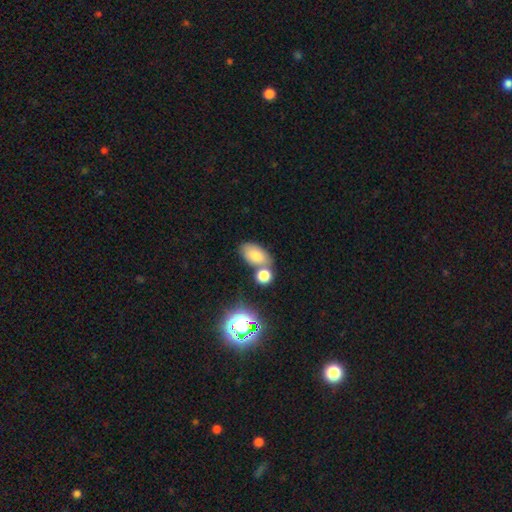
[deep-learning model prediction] Morphology: type=smooth (73%); roundness=in between (89%); merging=none (55%).